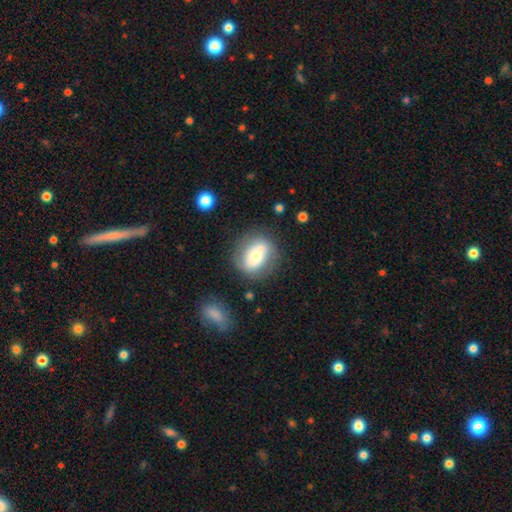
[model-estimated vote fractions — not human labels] This appears to be a smooth galaxy with no disk features (53%) that is round (49%, tied with in between). Merging: none (76%).